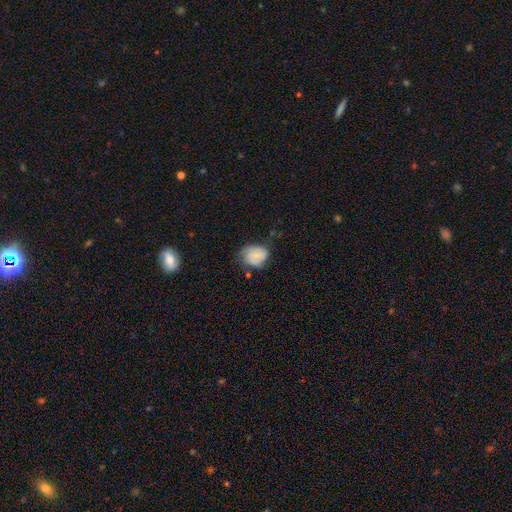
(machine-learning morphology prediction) Smooth or featured?
  - smooth: 61% *
  - featured or disk: 31%
  - star or artifact: 8%
How rounded?
  - round: 52% *
  - in between: 47%
  - cigar-shaped: 1%
Merging?
  - none: 49% *
  - minor disturbance: 36%
  - major disturbance: 12%
  - merger: 3%